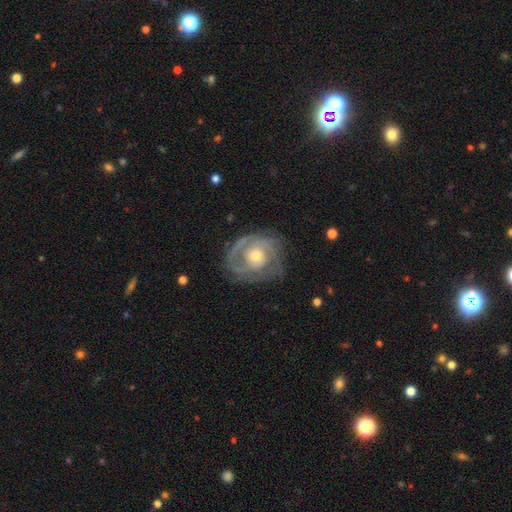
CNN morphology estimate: The model was most divided on "spiral arm count": 2: 35%, can't tell: 33%, 3: 15%, 1: 10%, 4: 4%, more than 4: 4%. More confident: edge-on disk — no (97%); spiral arms — yes (82%); smooth or featured — featured or disk (79%); bar — no (79%); merging — none (68%); spiral winding — tight (61%); bulge size — moderate (59%).